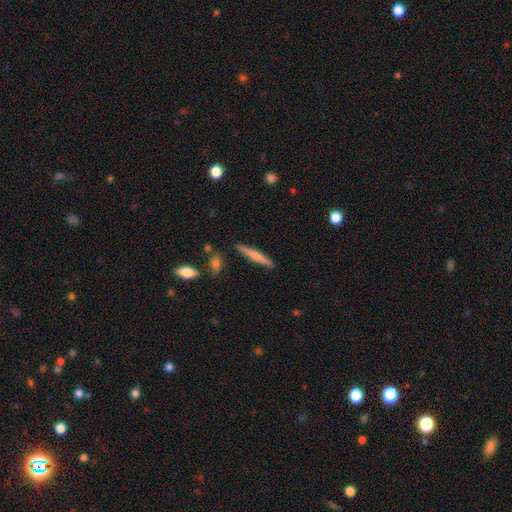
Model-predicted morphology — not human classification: Smooth or featured? Predicted: smooth (p=0.59). How rounded? Predicted: cigar-shaped (p=0.93). Merging? Predicted: none (p=0.87).